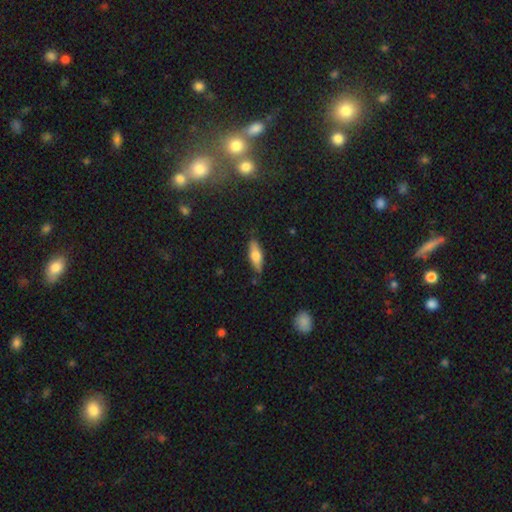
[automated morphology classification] This is likely a smooth galaxy (60%). How rounded: possibly in between (52%). Merging: clearly none (83%).